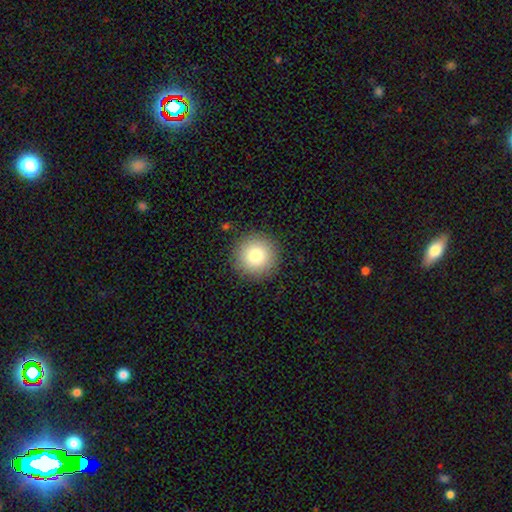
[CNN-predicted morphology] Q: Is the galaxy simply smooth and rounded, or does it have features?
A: smooth — 80%.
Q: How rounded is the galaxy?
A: round — 96%.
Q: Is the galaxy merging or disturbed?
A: none — 90%.